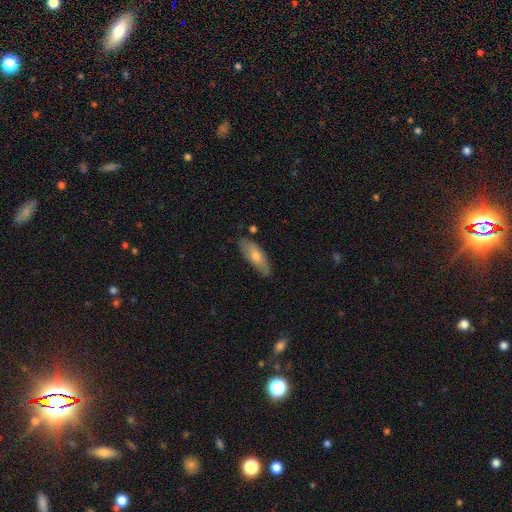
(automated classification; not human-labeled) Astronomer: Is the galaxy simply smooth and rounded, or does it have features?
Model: smooth — 62%.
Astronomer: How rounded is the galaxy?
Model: in between — 62%.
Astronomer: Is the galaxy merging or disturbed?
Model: none — 79%.